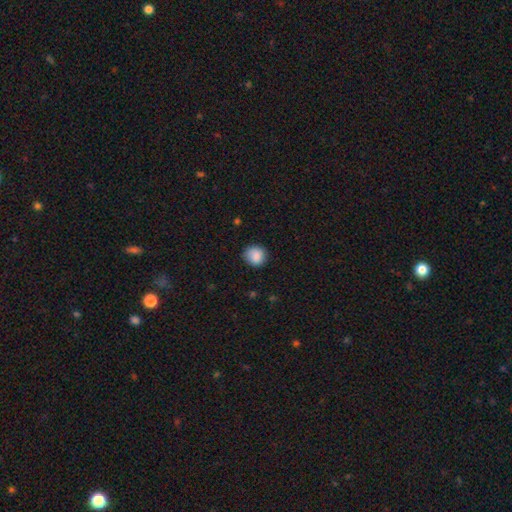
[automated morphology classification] Smooth or featured?
  - smooth: 87% *
  - star or artifact: 8%
  - featured or disk: 5%
How rounded?
  - round: 85% *
  - in between: 14%
  - cigar-shaped: 1%
Merging?
  - none: 83% *
  - minor disturbance: 13%
  - major disturbance: 3%
  - merger: 1%